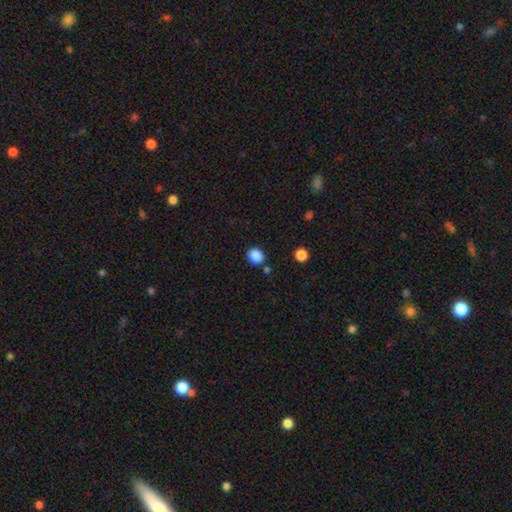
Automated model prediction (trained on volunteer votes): Morphology: type=smooth (87%); roundness=round (71%); merging=none (84%).